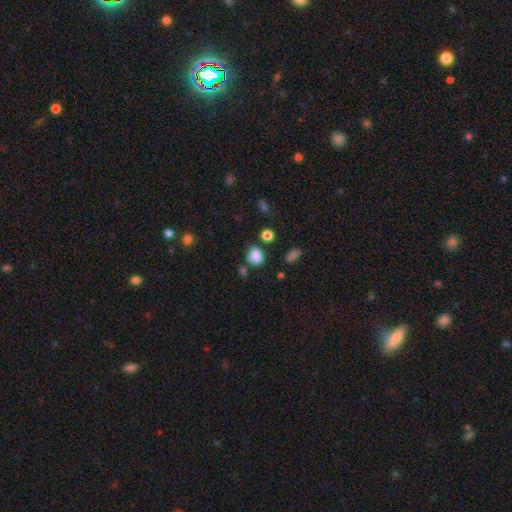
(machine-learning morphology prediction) Overall: smooth (83%). How rounded: round (63%; in between 36%). Merging: none (66%).